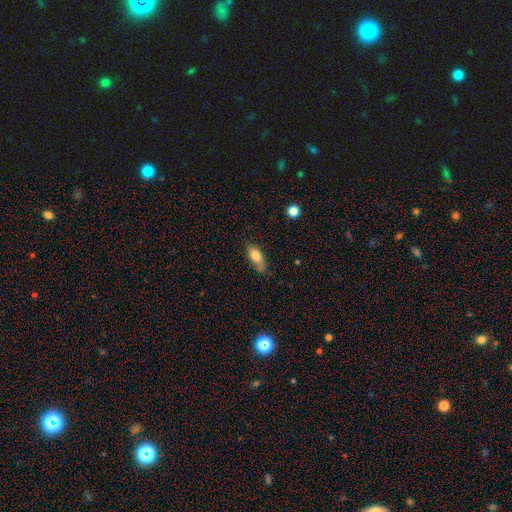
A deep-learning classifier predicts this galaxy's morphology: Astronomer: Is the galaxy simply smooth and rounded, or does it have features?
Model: smooth — 77%.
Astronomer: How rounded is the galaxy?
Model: in between — 78%.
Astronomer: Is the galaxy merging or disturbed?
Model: none — 64%.